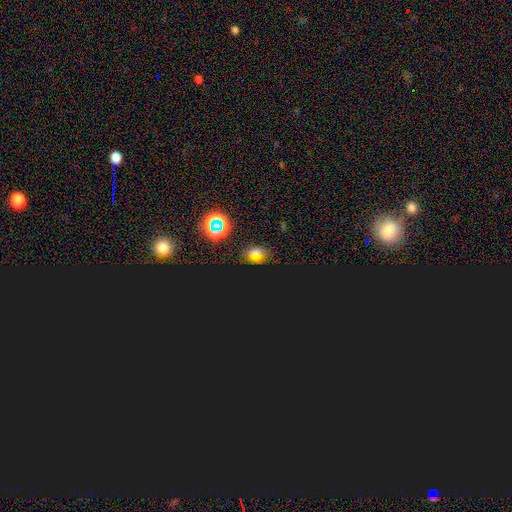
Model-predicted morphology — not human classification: smooth-or-featured: star or artifact: 58% | smooth: 29% | featured or disk: 14%